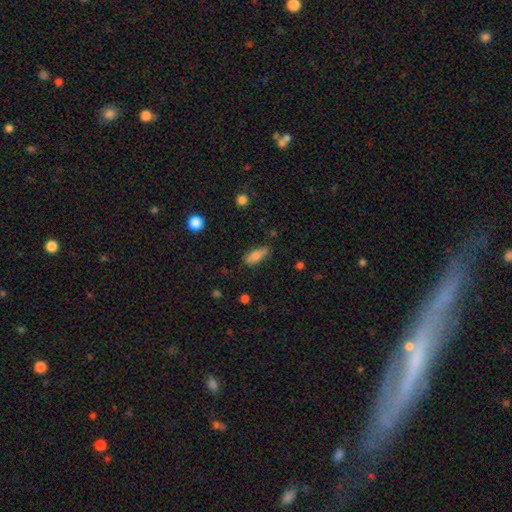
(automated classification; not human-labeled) This is likely a smooth galaxy (79%). How rounded: likely in between (77%). Merging: likely none (74%).